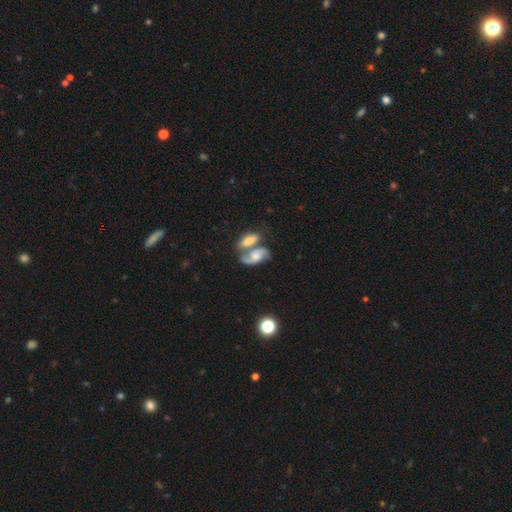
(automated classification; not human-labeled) Overall: featured or disk (69%). Edge-on disk: no (94%). Bar: no (61%; weak 30%). Spiral arms: yes (92%). Spiral arm count: 2 (86%). Spiral winding: medium (45%; loose 38%). Bulge size: moderate (42%; small 30%). Merging: merger (56%; none 27%).